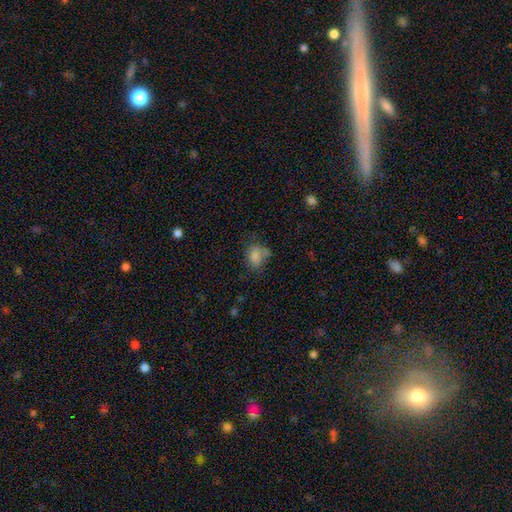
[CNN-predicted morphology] smooth-or-featured: smooth: 79% | star or artifact: 11% | featured or disk: 10%
  how-rounded: in between: 56% | round: 43% | cigar-shaped: 1%
  merging: none: 47% | minor disturbance: 27% | major disturbance: 15% | merger: 10%